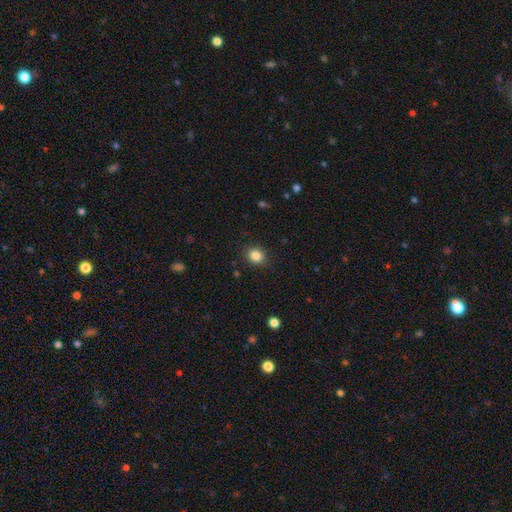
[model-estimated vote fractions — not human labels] A smooth galaxy with no disk features (85%) that is round (68%).

Vote fractions:
- Smooth or featured? smooth: 85% / star or artifact: 10% / featured or disk: 5%
- How rounded? round: 68% / in between: 31% / cigar-shaped: 1%
- Merging? none: 89% / minor disturbance: 8% / major disturbance: 2% / merger: 1%